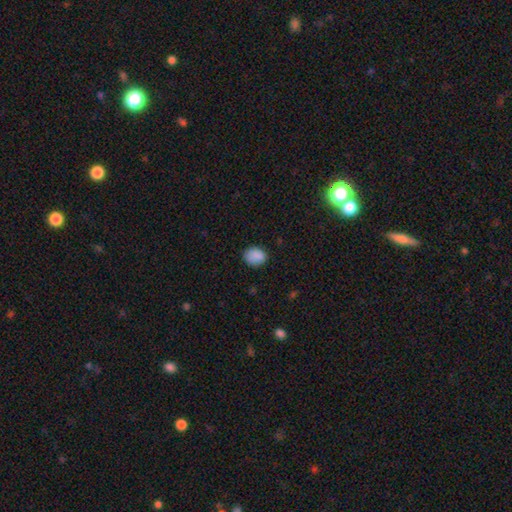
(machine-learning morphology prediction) The model was most divided on "how rounded": round: 57%, in between: 42%, cigar-shaped: 1%. More confident: smooth or featured — smooth (88%); merging — none (82%).